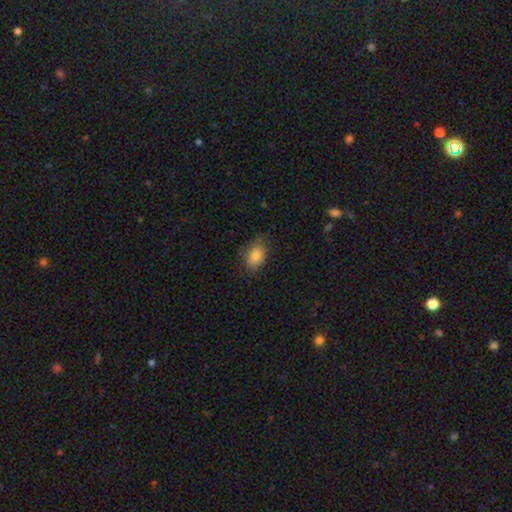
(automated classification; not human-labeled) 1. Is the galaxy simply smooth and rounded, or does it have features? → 83% smooth, 9% featured or disk, 9% star or artifact.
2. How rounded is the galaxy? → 76% in between, 23% round, 1% cigar-shaped.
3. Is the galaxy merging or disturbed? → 72% none, 21% minor disturbance, 6% major disturbance, 1% merger.